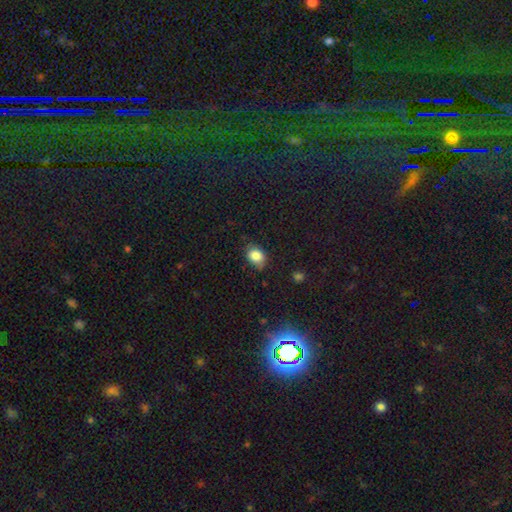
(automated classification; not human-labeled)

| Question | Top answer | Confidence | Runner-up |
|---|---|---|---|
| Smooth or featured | smooth | 84% | star or artifact (9%) |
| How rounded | in between | 64% | round (35%) |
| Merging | none | 64% | minor disturbance (28%) |